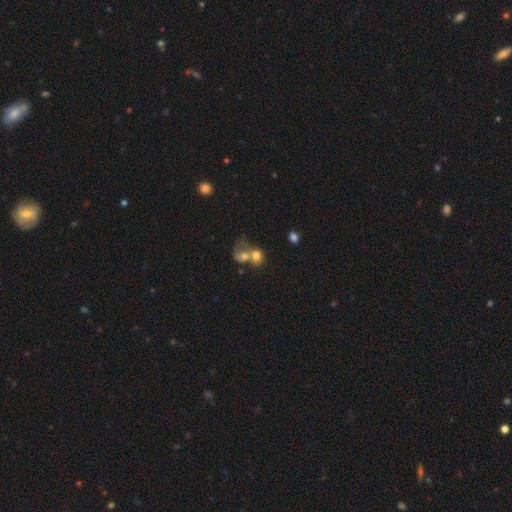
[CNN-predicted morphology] Overall: smooth (68%). How rounded: round (65%; in between 34%). Merging: merger (70%).